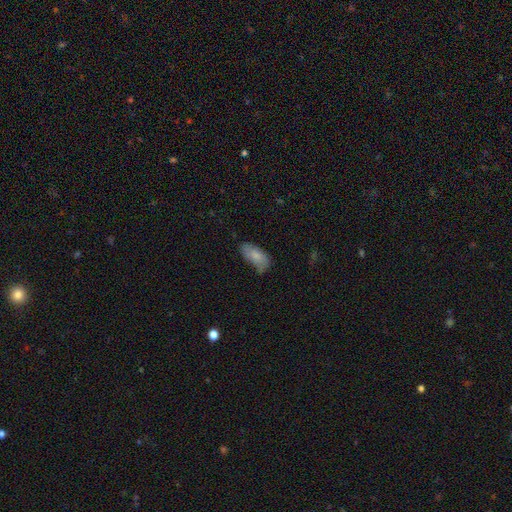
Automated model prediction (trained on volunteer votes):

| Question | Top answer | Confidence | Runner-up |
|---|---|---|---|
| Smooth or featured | smooth | 76% | featured or disk (17%) |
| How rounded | in between | 91% | cigar-shaped (7%) |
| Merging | none | 57% | minor disturbance (32%) |